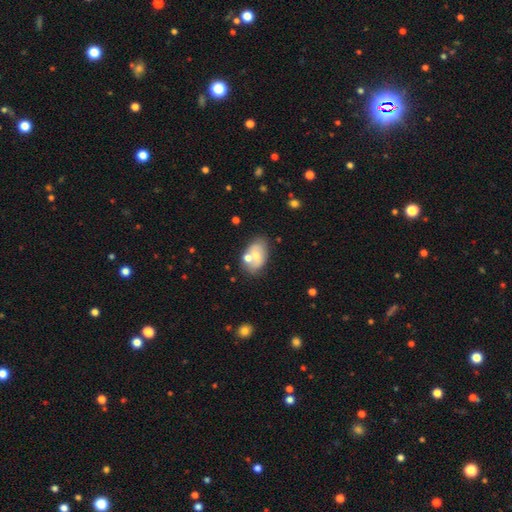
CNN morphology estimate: Overall: smooth (53%; featured or disk 39%). How rounded: in between (86%). Merging: none (54%; merger 23%).